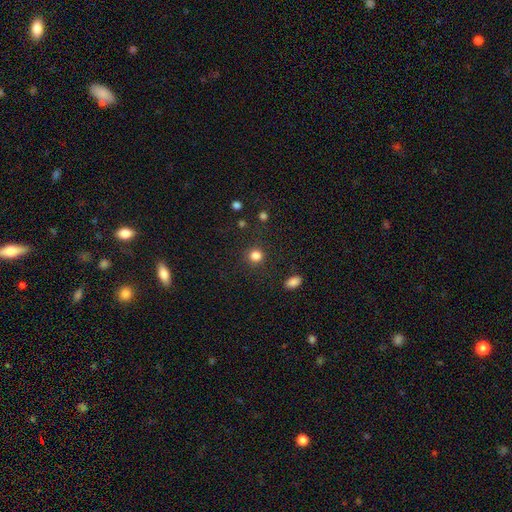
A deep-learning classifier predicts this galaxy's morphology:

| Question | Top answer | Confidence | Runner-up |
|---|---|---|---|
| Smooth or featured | smooth | 83% | star or artifact (13%) |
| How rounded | round | 89% | in between (10%) |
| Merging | none | 87% | minor disturbance (8%) |